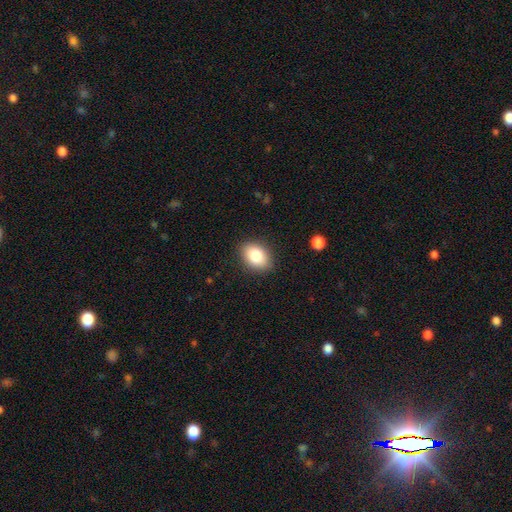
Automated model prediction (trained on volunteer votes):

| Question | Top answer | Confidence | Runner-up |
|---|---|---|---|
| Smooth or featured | smooth | 83% | featured or disk (9%) |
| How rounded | in between | 76% | round (23%) |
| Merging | none | 87% | minor disturbance (9%) |